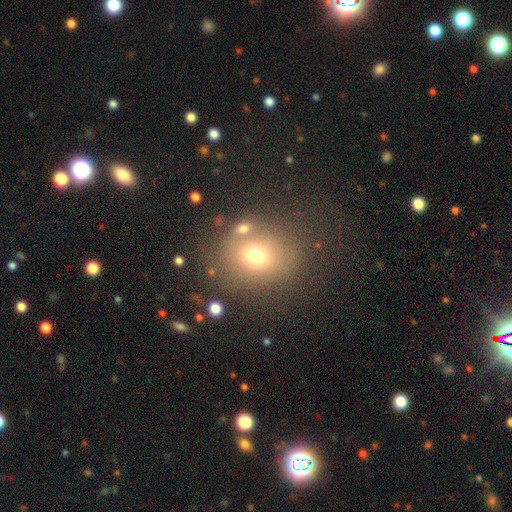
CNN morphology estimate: smooth 68%, star or artifact 18%, featured or disk 14%. Down the decision tree: how rounded — round (70%); merging — none (69%).